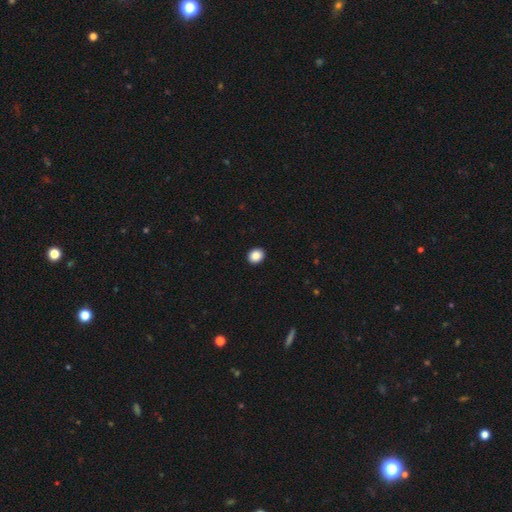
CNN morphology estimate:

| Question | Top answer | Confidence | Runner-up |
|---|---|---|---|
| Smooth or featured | smooth | 88% | star or artifact (9%) |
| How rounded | round | 59% | in between (40%) |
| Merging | none | 92% | minor disturbance (5%) |